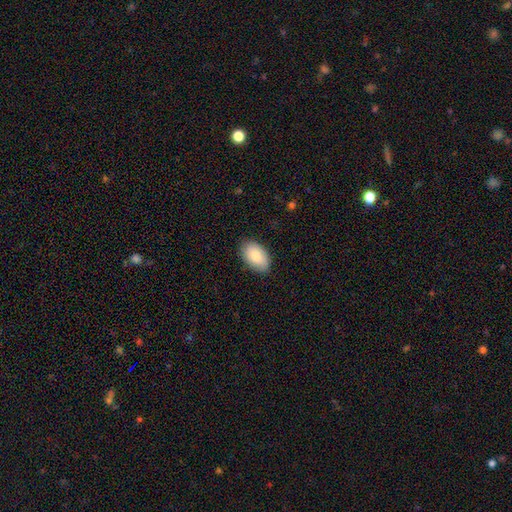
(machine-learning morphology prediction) This is clearly a smooth galaxy (82%). How rounded: clearly in between (93%). Merging: clearly none (83%).